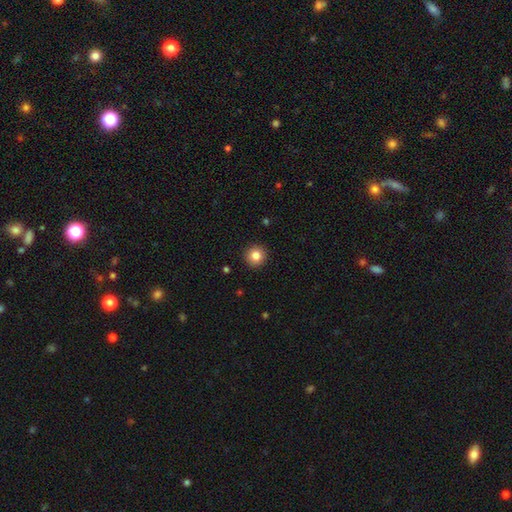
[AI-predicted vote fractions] Overall: smooth (83%). How rounded: round (95%). Merging: none (92%).